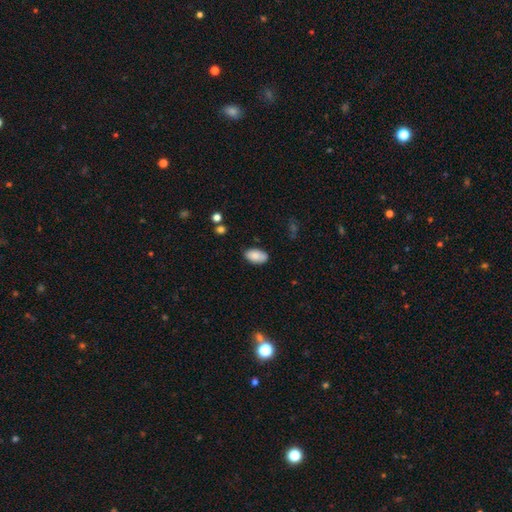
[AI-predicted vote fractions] smooth-or-featured: smooth: 85% | featured or disk: 8% | star or artifact: 7%
  how-rounded: in between: 95% | round: 4% | cigar-shaped: 2%
  merging: none: 80% | minor disturbance: 16% | major disturbance: 3% | merger: 2%